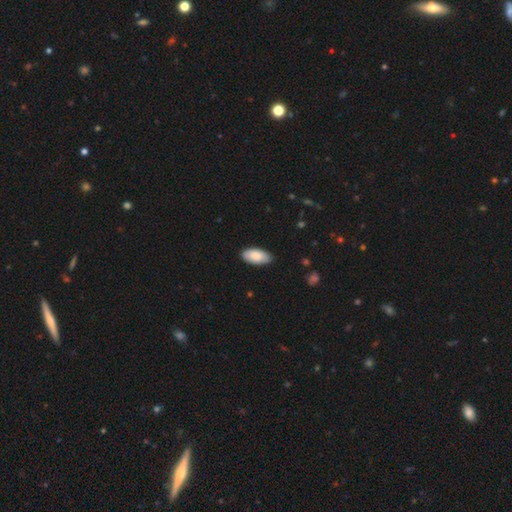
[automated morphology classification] Smooth or featured? Predicted: smooth (p=0.87). How rounded? Predicted: in between (p=0.94). Merging? Predicted: none (p=0.84).